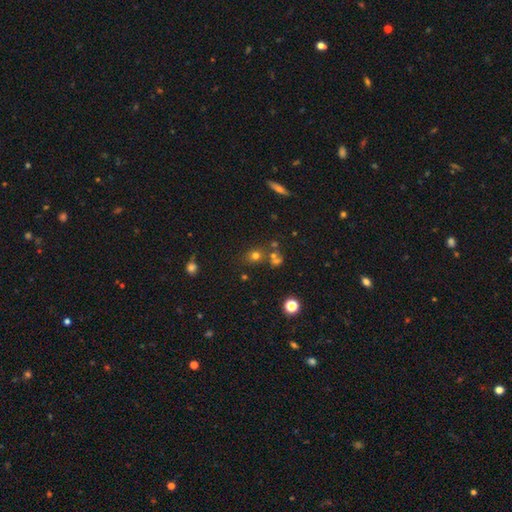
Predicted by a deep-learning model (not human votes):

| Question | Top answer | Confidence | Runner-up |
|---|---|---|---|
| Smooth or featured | smooth | 65% | star or artifact (24%) |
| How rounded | round | 78% | in between (21%) |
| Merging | none | 65% | merger (19%) |